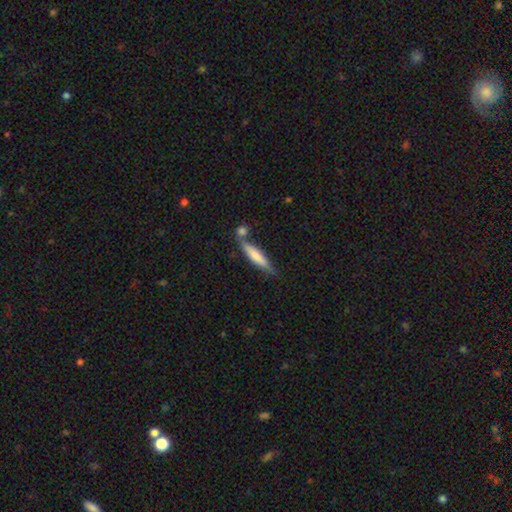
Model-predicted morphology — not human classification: The model was most divided on "merging": none: 57%, merger: 22%, minor disturbance: 16%, major disturbance: 5%. More confident: how rounded — cigar-shaped (83%); smooth or featured — smooth (65%).